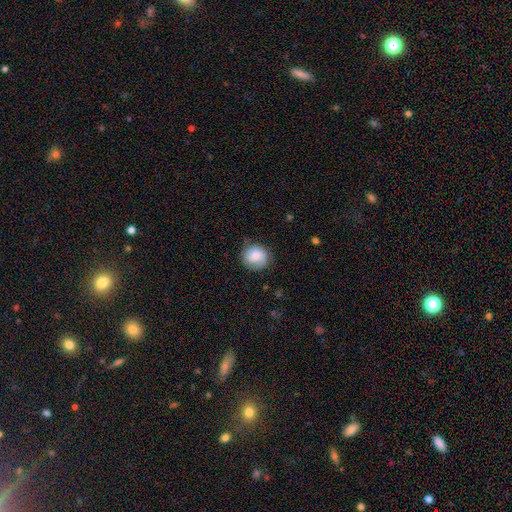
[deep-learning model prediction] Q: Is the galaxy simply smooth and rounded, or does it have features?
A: smooth — 80%.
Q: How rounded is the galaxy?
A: round — 86%.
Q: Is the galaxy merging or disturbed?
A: none — 74%.